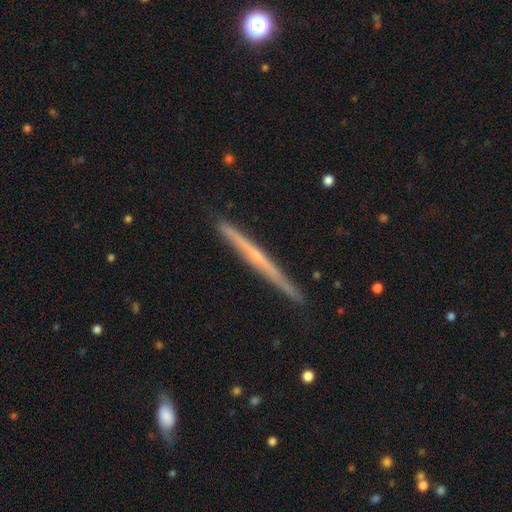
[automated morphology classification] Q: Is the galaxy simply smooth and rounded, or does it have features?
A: featured or disk — 71%.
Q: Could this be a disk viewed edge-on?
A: yes — 98%.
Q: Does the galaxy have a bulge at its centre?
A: none — 52%.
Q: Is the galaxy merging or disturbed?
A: none — 89%.